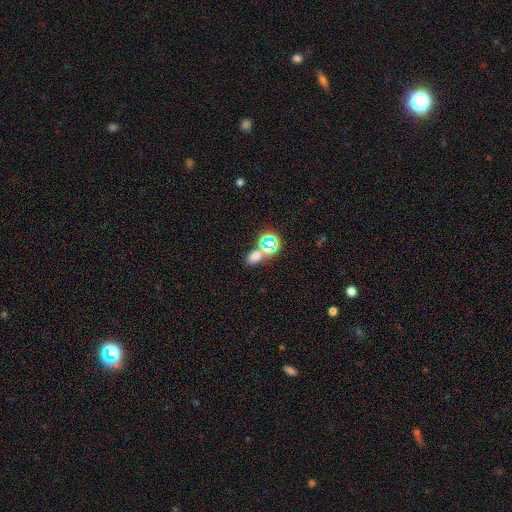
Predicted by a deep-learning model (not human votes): Overall: smooth (59%; star or artifact 31%). How rounded: in between (75%). Merging: none (55%; merger 31%).